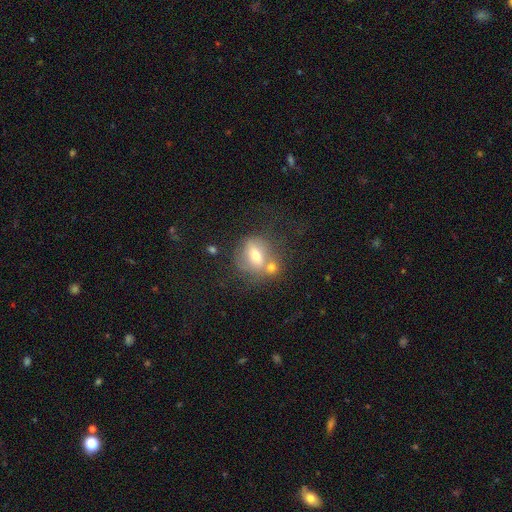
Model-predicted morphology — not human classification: Smooth or featured?
  - smooth: 57% *
  - featured or disk: 33%
  - star or artifact: 11%
How rounded?
  - round: 57% *
  - in between: 40%
  - cigar-shaped: 3%
Merging?
  - merger: 40% *
  - none: 39%
  - minor disturbance: 13%
  - major disturbance: 8%